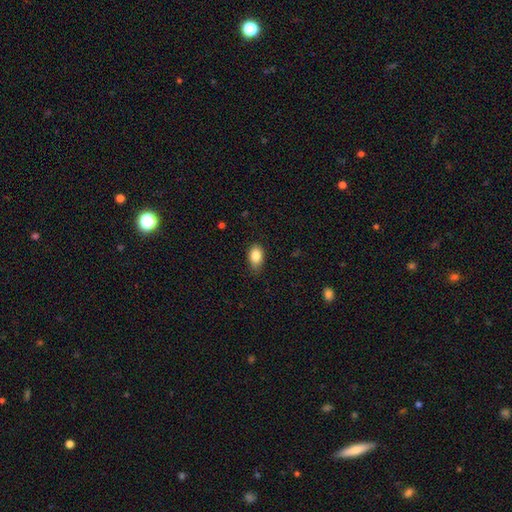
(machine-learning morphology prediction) This appears to be a smooth galaxy with no disk features (85%) that is in between round and cigar-shaped (86%). Merging: none (73%).